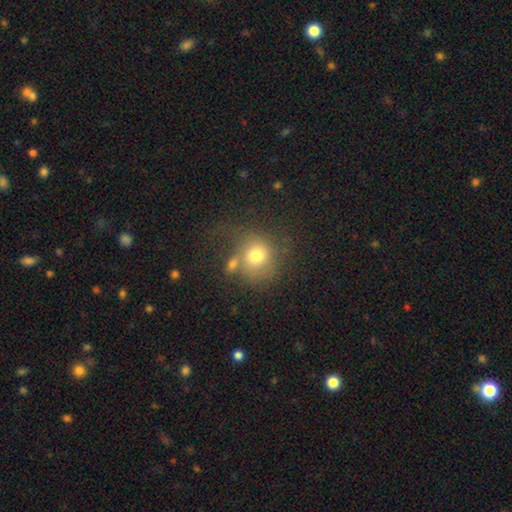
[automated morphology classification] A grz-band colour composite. It shows a smooth galaxy with no disk features (72%) that is round (83%). Merging: none (47%).